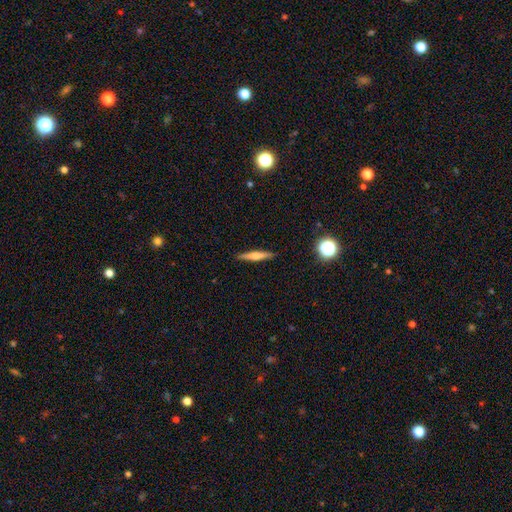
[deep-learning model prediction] This appears to be a featured or disk galaxy (52%) viewed edge-on (97%) with a rounded central bulge (75%). Merging: none (91%).